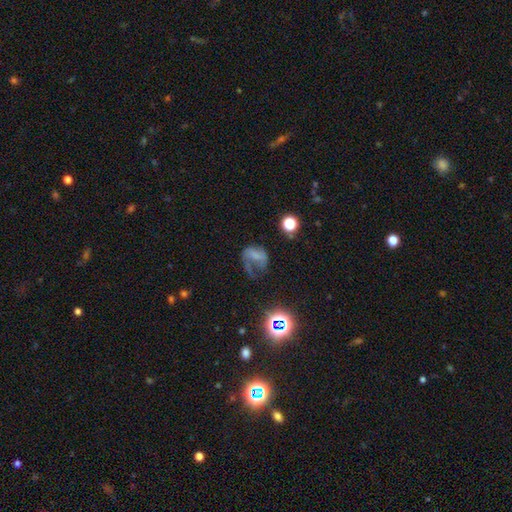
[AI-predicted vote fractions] Morphology: type=smooth (41%); merging=major disturbance (50%).